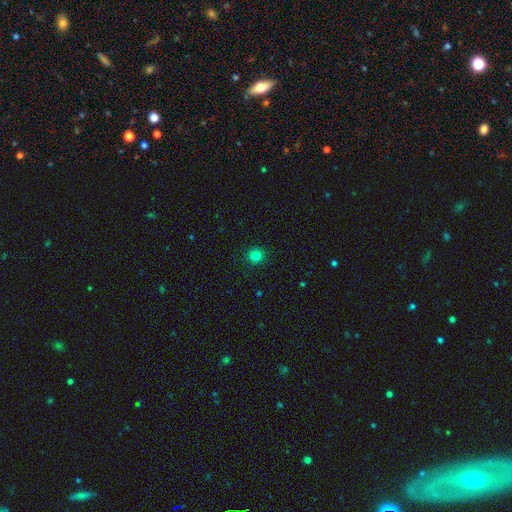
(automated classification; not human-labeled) Morphology: type=smooth (82%); roundness=round (94%); merging=none (92%).